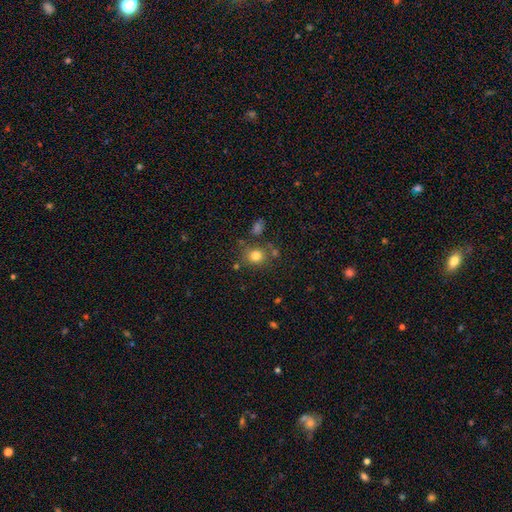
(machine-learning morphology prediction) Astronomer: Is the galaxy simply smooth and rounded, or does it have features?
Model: smooth — 79%.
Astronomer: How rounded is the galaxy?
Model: round — 78%.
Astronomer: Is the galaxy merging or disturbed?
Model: none — 75%.